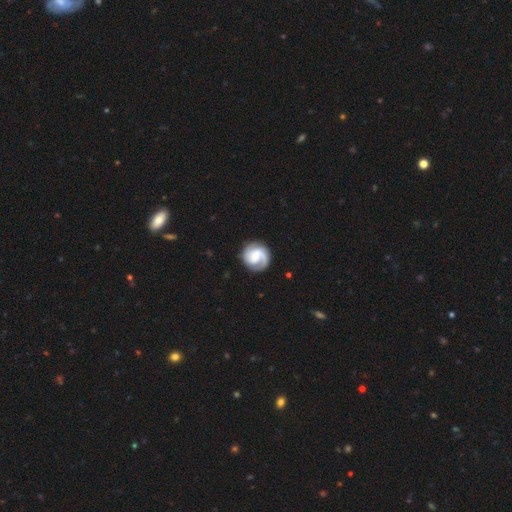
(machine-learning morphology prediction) A featured or disk galaxy (77%) with a weak bar (45%), 2 (57%) tight (48%) spiral arms (96%) and a small central bulge (46%). Merging: none (79%).